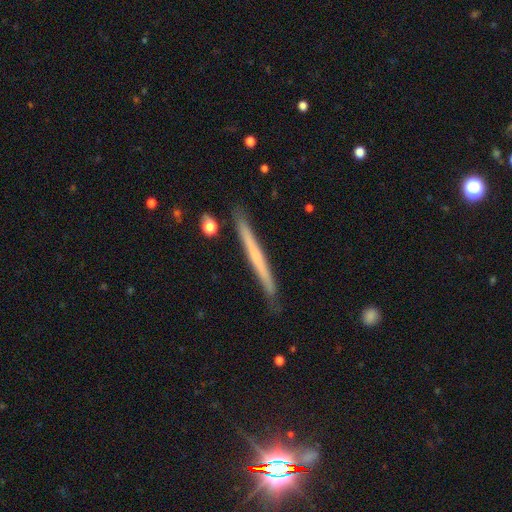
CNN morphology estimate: Overall: featured or disk (50%; smooth 44%). Edge-on disk: yes (97%). Merging: none (88%).